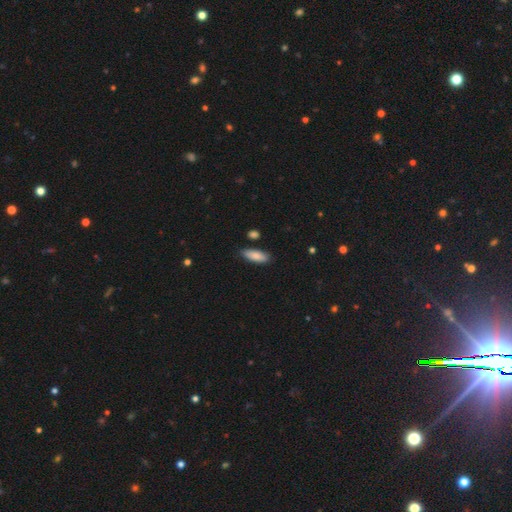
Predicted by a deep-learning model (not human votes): smooth 85%, featured or disk 9%, star or artifact 6%. Down the decision tree: how rounded — in between (68%); merging — none (83%).